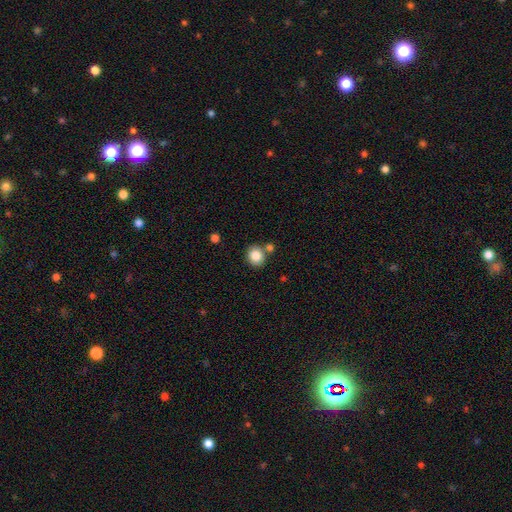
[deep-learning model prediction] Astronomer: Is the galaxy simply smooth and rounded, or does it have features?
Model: smooth — 85%.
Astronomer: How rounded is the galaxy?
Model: round — 77%.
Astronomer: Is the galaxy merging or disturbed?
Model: none — 73%.